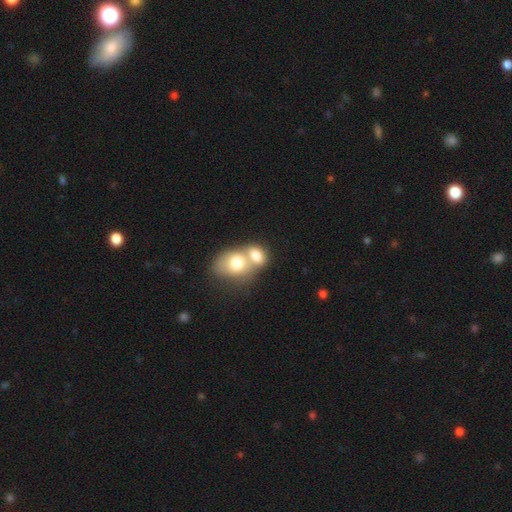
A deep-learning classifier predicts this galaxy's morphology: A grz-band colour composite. It shows a smooth galaxy with no disk features (74%) that is in between round and cigar-shaped (67%). Merging: merger (74%).